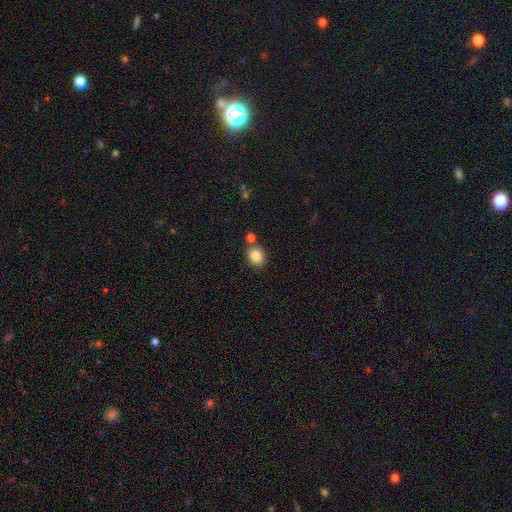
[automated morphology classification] A smooth galaxy with no disk features (85%) that is round (65%). Merging: none (70%).